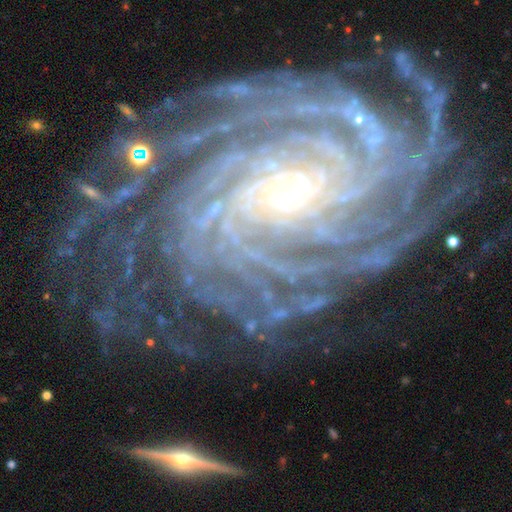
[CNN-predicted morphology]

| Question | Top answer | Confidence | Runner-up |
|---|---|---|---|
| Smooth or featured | featured or disk | 93% | star or artifact (5%) |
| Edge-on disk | no | 97% | yes (3%) |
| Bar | no | 50% | weak (32%) |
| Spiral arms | yes | 99% | no (1%) |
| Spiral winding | tight | 82% | medium (15%) |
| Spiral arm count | more than 4 | 39% | 4 (21%) |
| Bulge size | small | 73% | moderate (22%) |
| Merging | none | 72% | minor disturbance (17%) |